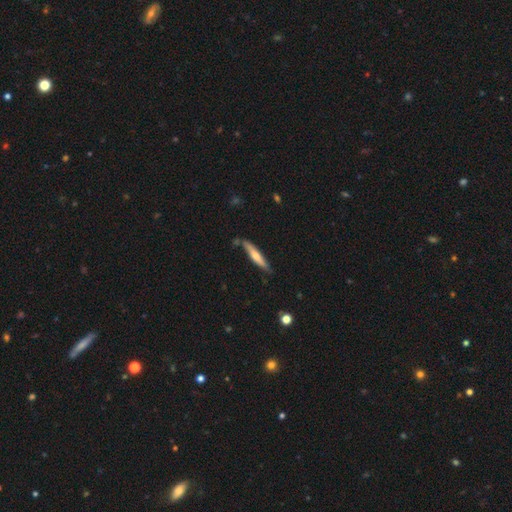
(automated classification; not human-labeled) Morphology: type=smooth (51%); roundness=cigar-shaped (89%); merging=none (77%).